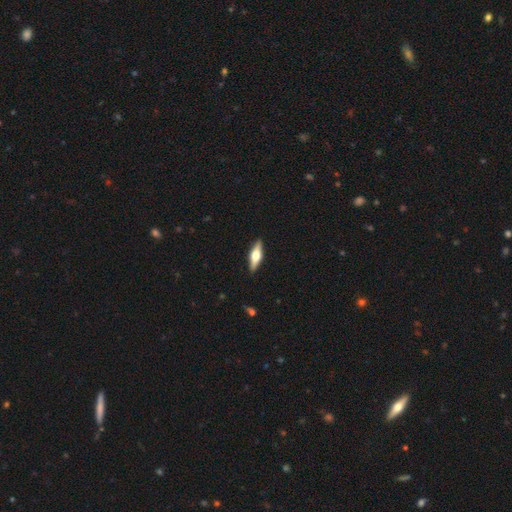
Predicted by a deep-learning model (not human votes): smooth_or_featured: featured or disk (p=0.58) [alt: smooth p=0.36]
disk_edge_on: yes (p=0.95) [alt: no p=0.05]
edge_on_bulge: rounded (p=0.93) [alt: boxy p=0.05]
merging: none (p=0.90) [alt: minor disturbance p=0.07]